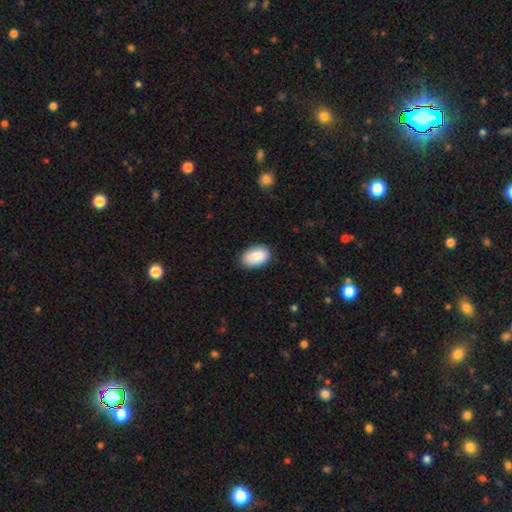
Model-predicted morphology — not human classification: A smooth galaxy with no disk features (86%) that is in between round and cigar-shaped (89%).

Vote fractions:
- Smooth or featured? smooth: 86% / featured or disk: 8% / star or artifact: 6%
- How rounded? in between: 89% / round: 10% / cigar-shaped: 1%
- Merging? none: 85% / minor disturbance: 12% / major disturbance: 2% / merger: 1%